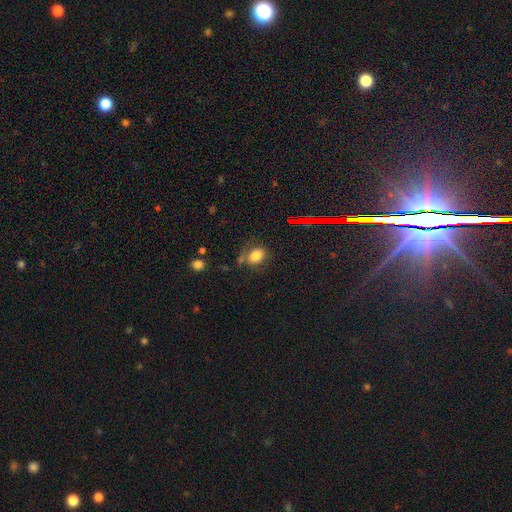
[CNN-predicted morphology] smooth_or_featured: smooth (p=0.76) [alt: star or artifact p=0.13]
how_rounded: in between (p=0.66) [alt: round p=0.33]
merging: none (p=0.62) [alt: minor disturbance p=0.19]